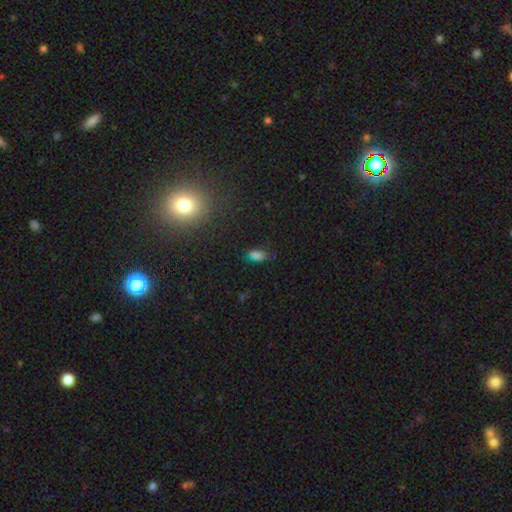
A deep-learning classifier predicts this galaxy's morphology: Overall: smooth (70%). How rounded: in between (88%). Merging: none (65%).